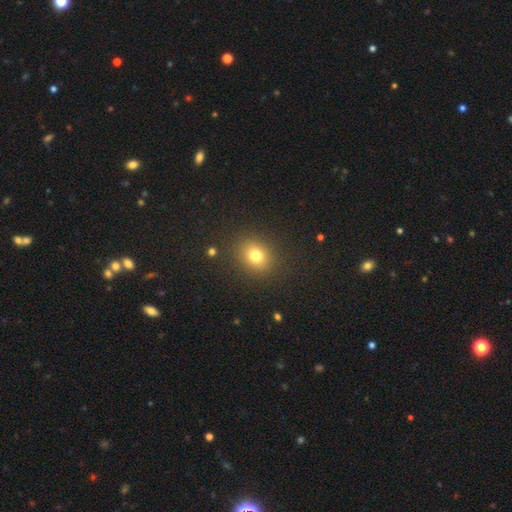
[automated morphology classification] type=smooth (77%); roundness=round (69%); merging=none (88%).